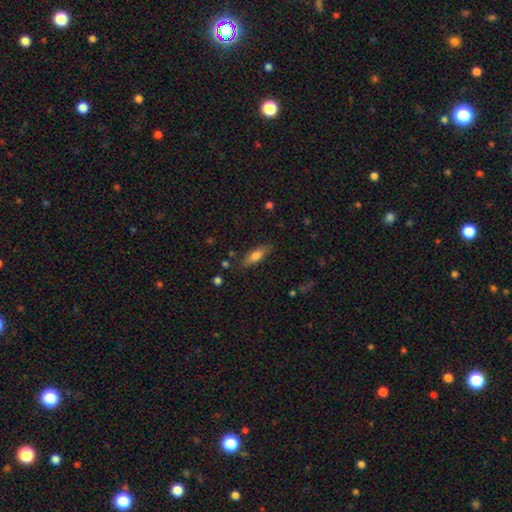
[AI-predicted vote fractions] This is likely a smooth galaxy (71%). How rounded: possibly in between (53%). Merging: clearly none (82%).